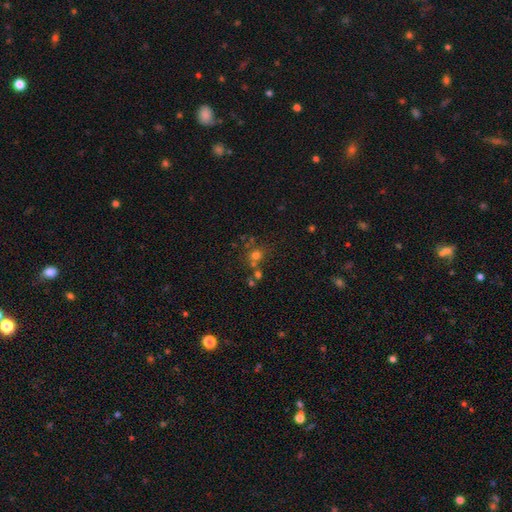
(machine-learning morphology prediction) Smooth or featured? Predicted: smooth (p=0.63). How rounded? Predicted: round (p=0.85). Merging? Predicted: none (p=0.57).